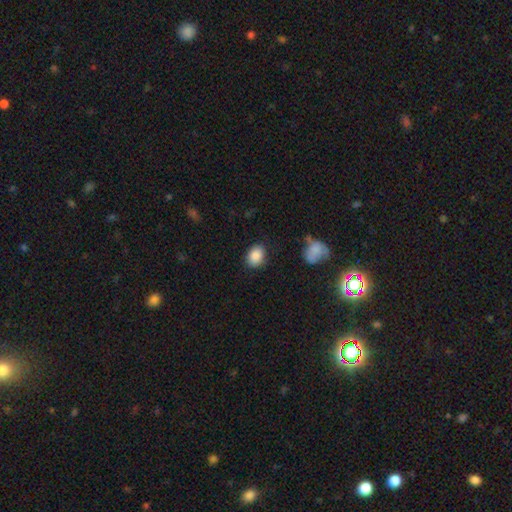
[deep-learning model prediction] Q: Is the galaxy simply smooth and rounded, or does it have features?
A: smooth — 88%.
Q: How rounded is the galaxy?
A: in between — 70%.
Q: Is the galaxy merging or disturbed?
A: none — 82%.